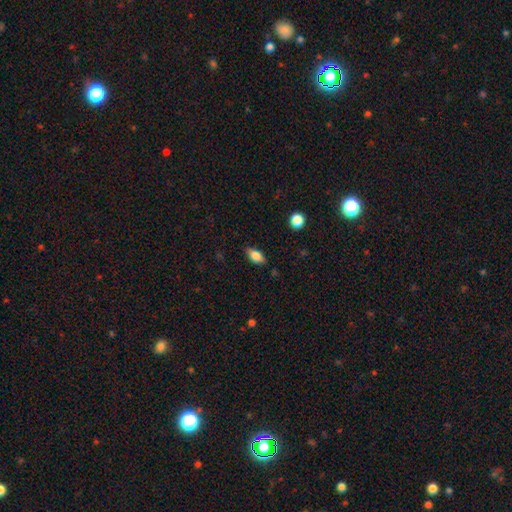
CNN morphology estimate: Smooth or featured: smooth — 80% (featured or disk — 13%)
How rounded: in between — 87% (cigar-shaped — 9%)
Merging: none — 83% (minor disturbance — 13%)